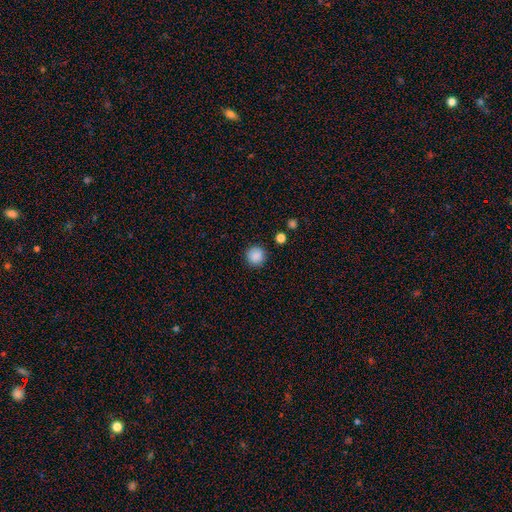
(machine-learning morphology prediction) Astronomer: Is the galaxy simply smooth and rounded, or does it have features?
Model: smooth — 88%.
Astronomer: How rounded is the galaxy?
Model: round — 95%.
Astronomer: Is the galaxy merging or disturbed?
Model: none — 90%.